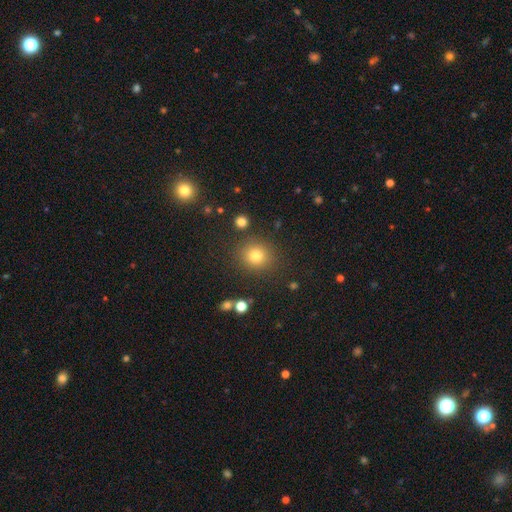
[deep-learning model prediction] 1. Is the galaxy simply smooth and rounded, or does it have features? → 79% smooth, 14% star or artifact, 7% featured or disk.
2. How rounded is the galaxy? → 85% round, 14% in between, 1% cigar-shaped.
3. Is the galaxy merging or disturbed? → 86% none, 8% minor disturbance, 3% merger, 3% major disturbance.